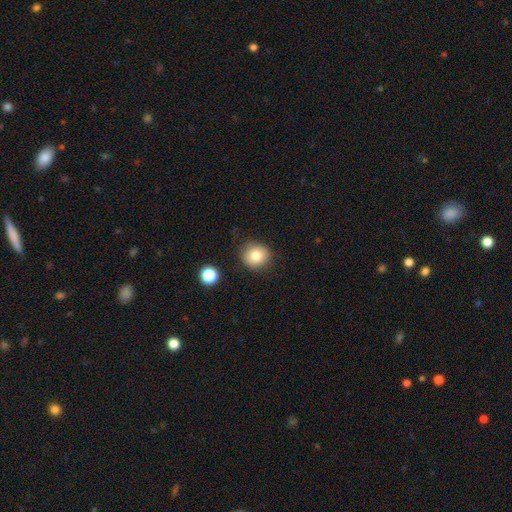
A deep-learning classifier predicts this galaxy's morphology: Q: Smooth or featured?
A: smooth (82%); runner-up: star or artifact (11%)
Q: How rounded?
A: round (87%); runner-up: in between (12%)
Q: Merging?
A: none (85%); runner-up: minor disturbance (10%)